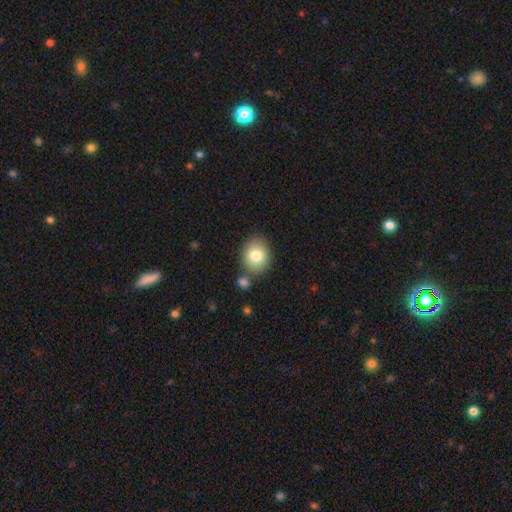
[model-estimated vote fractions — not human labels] Smooth or featured? Predicted: smooth (p=0.80). How rounded? Predicted: round (p=0.54). Merging? Predicted: none (p=0.75).